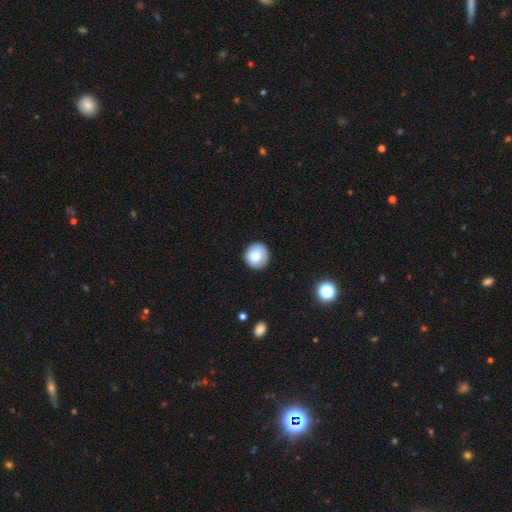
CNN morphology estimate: This is clearly a smooth galaxy (85%). How rounded: clearly round (90%). Merging: clearly none (88%).